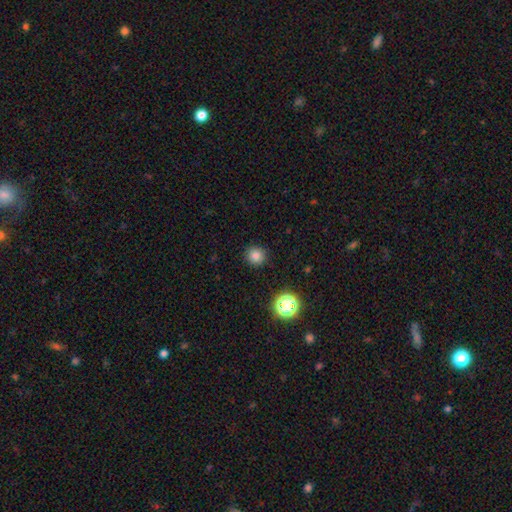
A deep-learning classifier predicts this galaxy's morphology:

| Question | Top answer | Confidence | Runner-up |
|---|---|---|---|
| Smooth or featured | smooth | 79% | star or artifact (16%) |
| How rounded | round | 94% | in between (5%) |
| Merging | none | 91% | minor disturbance (6%) |